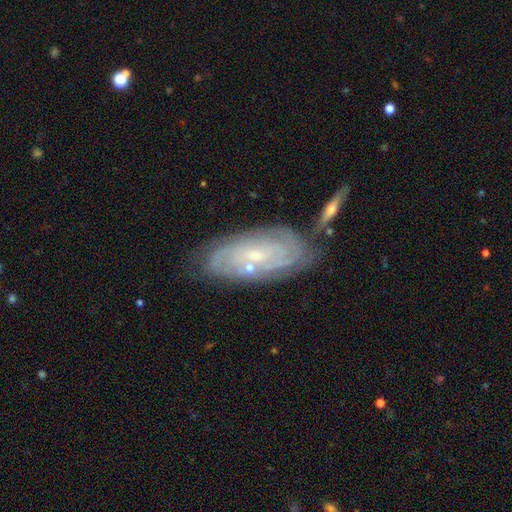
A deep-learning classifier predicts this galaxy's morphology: The model was most divided on "bar": no: 58%, weak: 34%, strong: 8%. Remaining: spiral arms — yes (92%); edge-on disk — no (92%); smooth or featured — featured or disk (78%); bulge size — small (76%); spiral winding — tight (74%); merging — none (68%); spiral arm count — can't tell (47%).